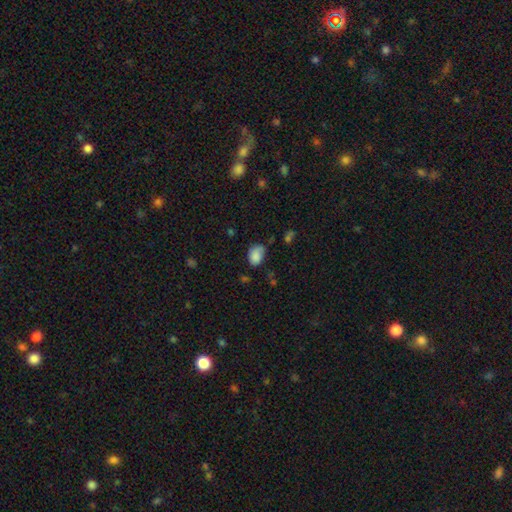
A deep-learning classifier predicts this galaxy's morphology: smooth-or-featured: smooth: 84% | star or artifact: 9% | featured or disk: 7%
  how-rounded: in between: 78% | round: 21% | cigar-shaped: 1%
  merging: none: 51% | minor disturbance: 34% | major disturbance: 10% | merger: 4%